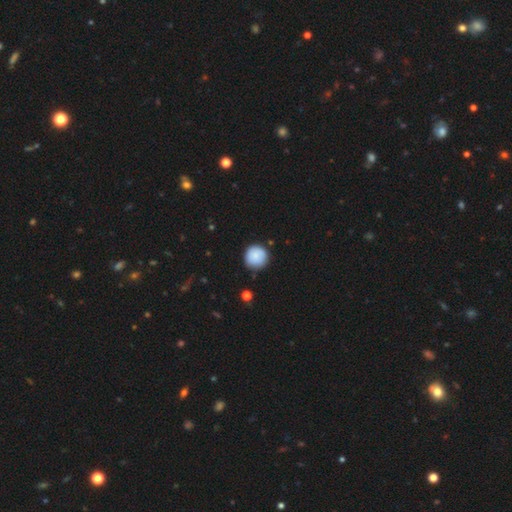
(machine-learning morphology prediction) The model was most divided on "merging": none: 85%, minor disturbance: 11%, major disturbance: 2%, merger: 2%. More confident: how rounded — round (95%); smooth or featured — smooth (86%).